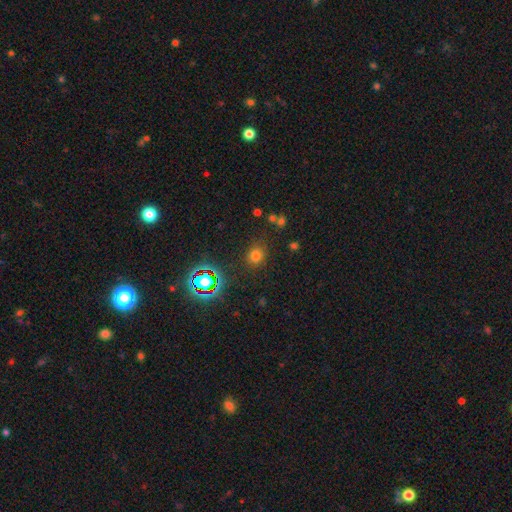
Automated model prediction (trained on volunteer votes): smooth_or_featured: smooth (p=0.69) [alt: star or artifact p=0.24]
how_rounded: round (p=0.79) [alt: in between p=0.20]
merging: none (p=0.82) [alt: minor disturbance p=0.11]